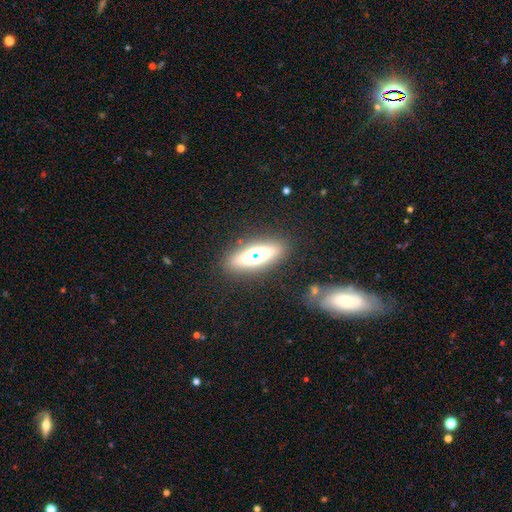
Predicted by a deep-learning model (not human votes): smooth_or_featured: smooth (p=0.48) [alt: featured or disk p=0.38]
merging: none (p=0.85) [alt: minor disturbance p=0.09]